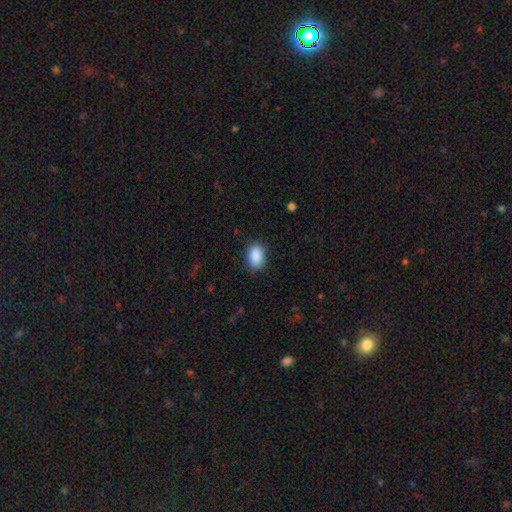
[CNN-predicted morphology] type=smooth (89%); roundness=in between (85%); merging=none (84%).